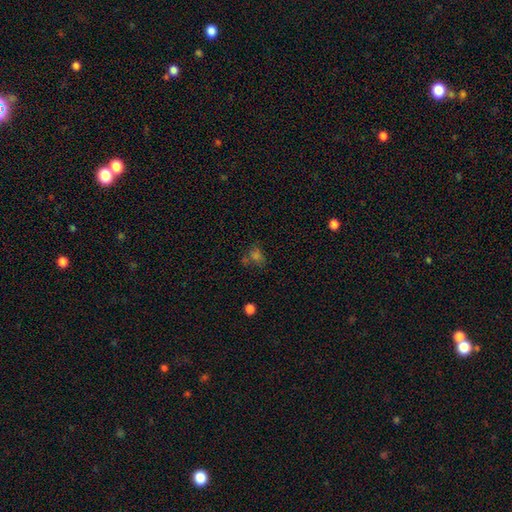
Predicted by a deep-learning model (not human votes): Overall: smooth (50%; star or artifact 36%). How rounded: round (51%; in between 46%). Merging: none (57%).